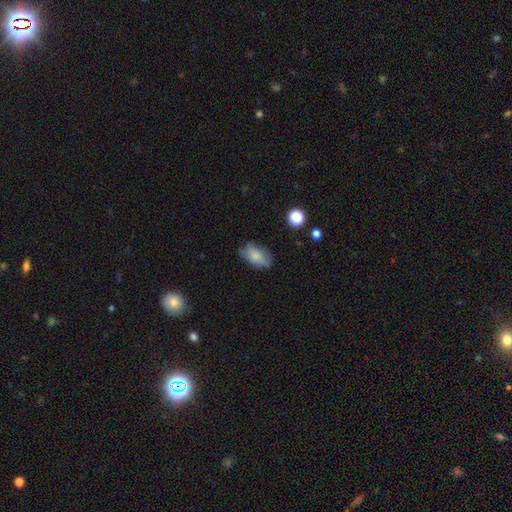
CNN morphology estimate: This appears to be a smooth galaxy with no disk features (78%) that is in between round and cigar-shaped (92%). Merging: none (71%).